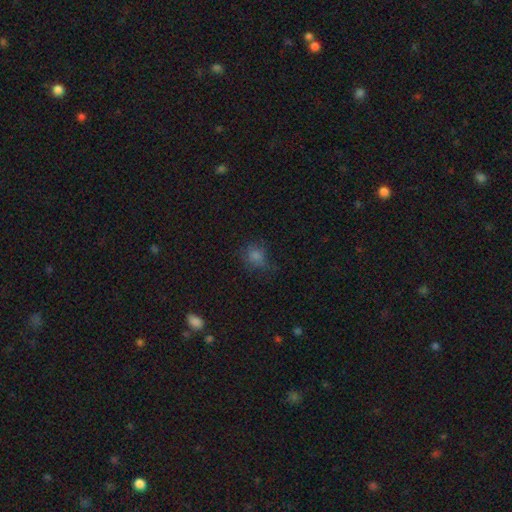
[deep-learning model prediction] This is likely a smooth galaxy (73%). How rounded: likely round (65%). Merging: likely none (62%).